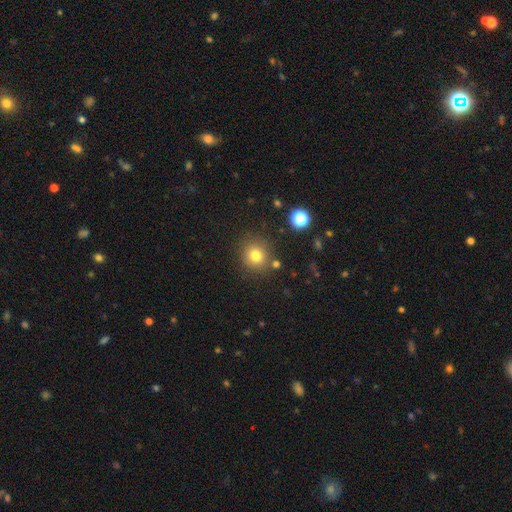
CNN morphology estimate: A smooth galaxy with no disk features (78%) that is round (90%). Merging: none (83%).